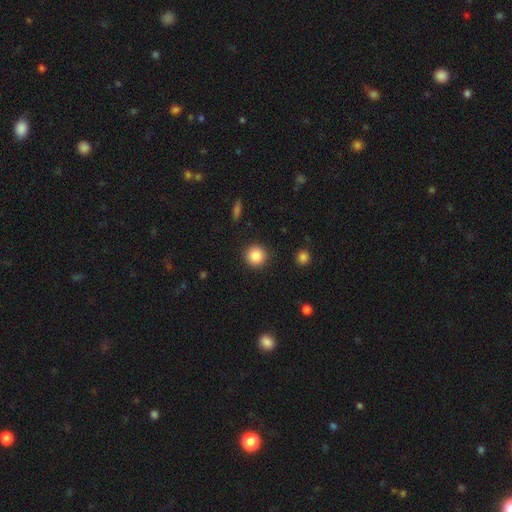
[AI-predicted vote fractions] Smooth or featured? smooth (86%)
How rounded? round (94%)
Merging? none (91%)